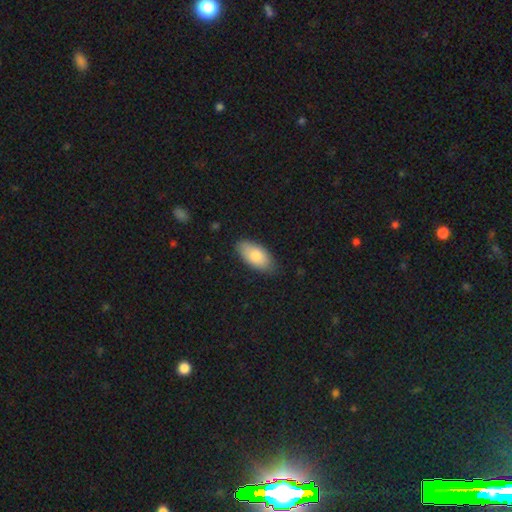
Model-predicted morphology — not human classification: Overall: smooth (81%). How rounded: in between (92%). Merging: none (81%).